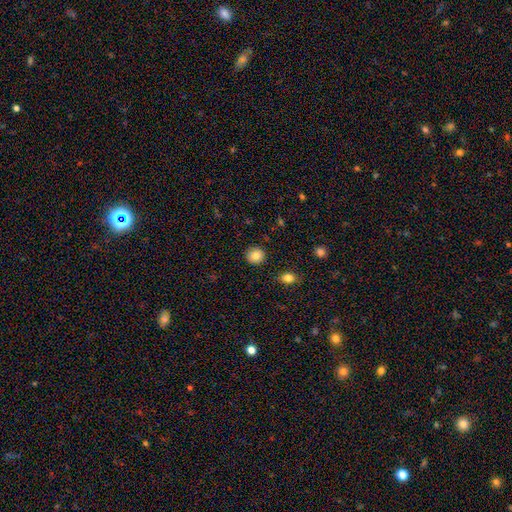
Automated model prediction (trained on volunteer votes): Q: Smooth or featured?
A: smooth (84%); runner-up: star or artifact (9%)
Q: How rounded?
A: round (89%); runner-up: in between (10%)
Q: Merging?
A: none (90%); runner-up: minor disturbance (6%)